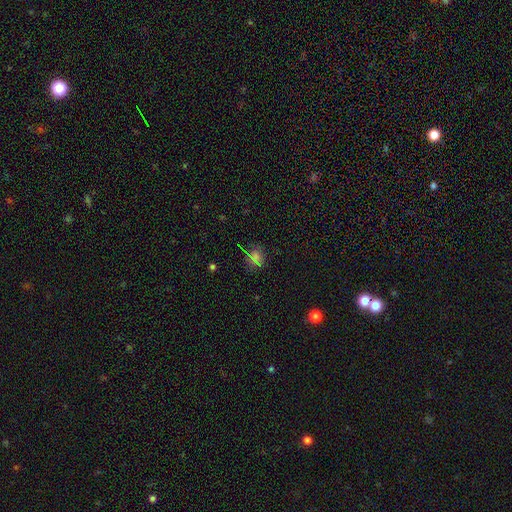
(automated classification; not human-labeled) Overall: smooth (49%; star or artifact 43%). Merging: none (79%).